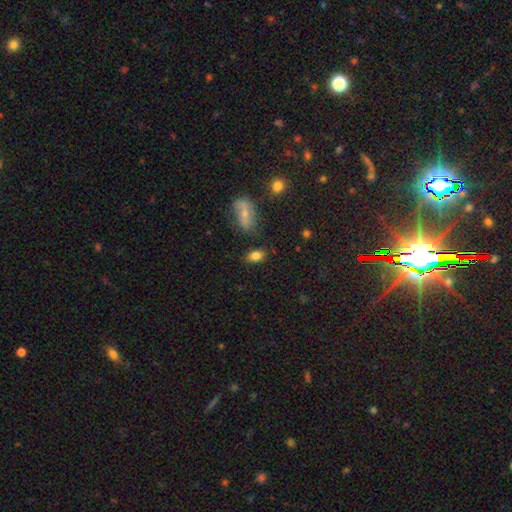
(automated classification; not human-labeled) smooth_or_featured: smooth (p=0.82) [alt: star or artifact p=0.09]
how_rounded: in between (p=0.88) [alt: round p=0.10]
merging: none (p=0.79) [alt: minor disturbance p=0.14]